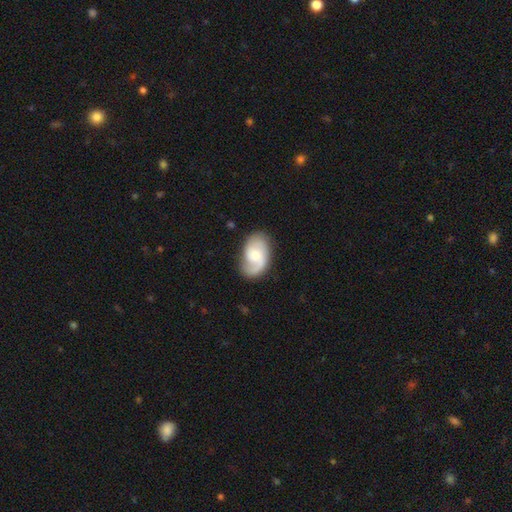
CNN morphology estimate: type=featured or disk (68%); edge-on=no (97%); bar=no (60%); spiral arms=yes (93%); winding=medium (44%); arm count=2 (65%); bulge=moderate (48%); merging=none (71%).